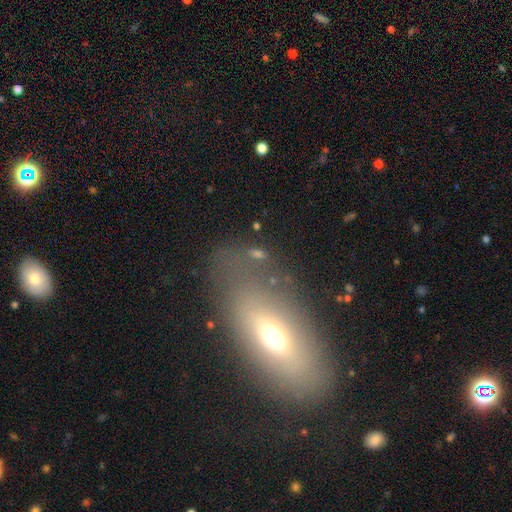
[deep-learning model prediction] Smooth or featured: smooth — 47% (featured or disk — 30%)
Merging: none — 49% (major disturbance — 23%)